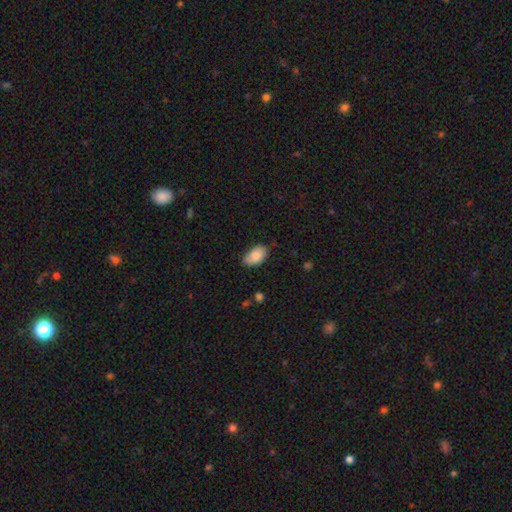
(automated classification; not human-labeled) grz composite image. It shows a smooth galaxy with no disk features (83%) that is in between round and cigar-shaped (93%). Merging: none (72%).